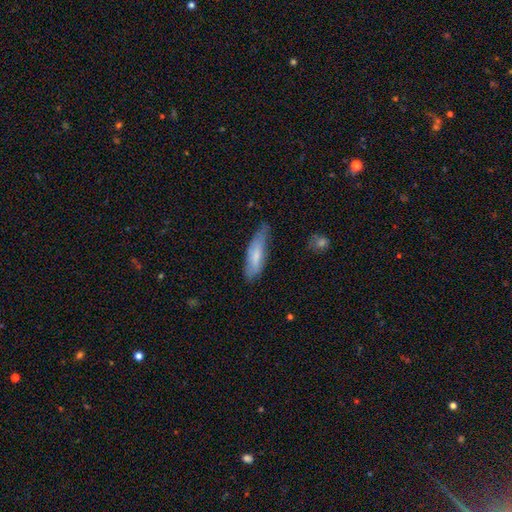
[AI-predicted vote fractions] A smooth galaxy with no disk features (72%) that is cigar-shaped (55%). Merging: none (54%).